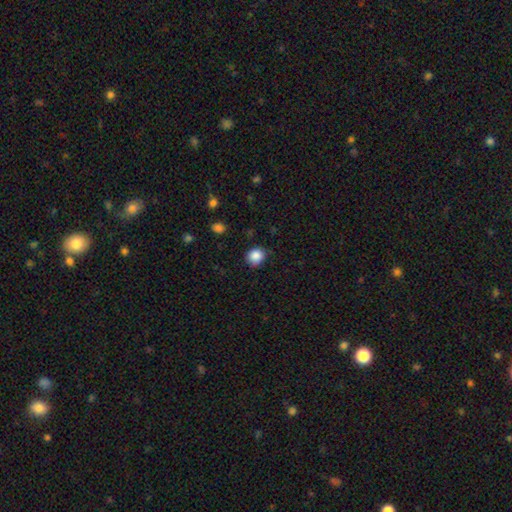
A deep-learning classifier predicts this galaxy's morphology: type=smooth (87%); roundness=round (77%); merging=none (79%).